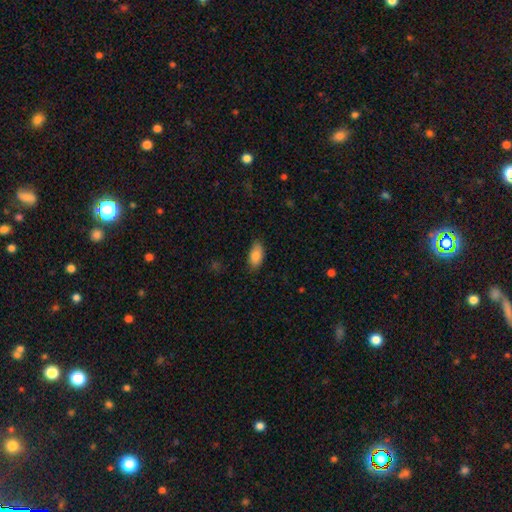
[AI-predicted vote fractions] Overall: smooth (86%). How rounded: in between (92%). Merging: none (78%).